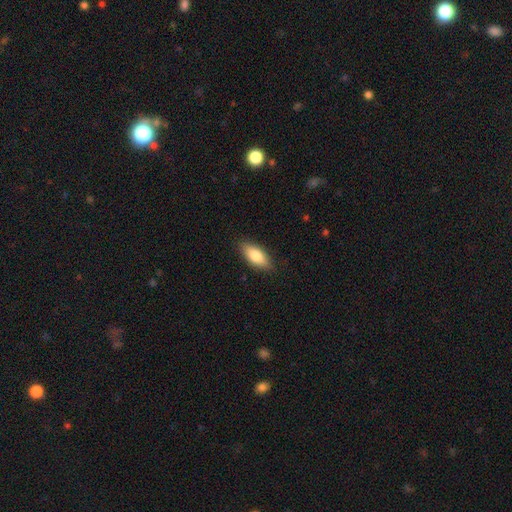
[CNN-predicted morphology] Overall: smooth (79%). How rounded: in between (81%). Merging: none (87%).